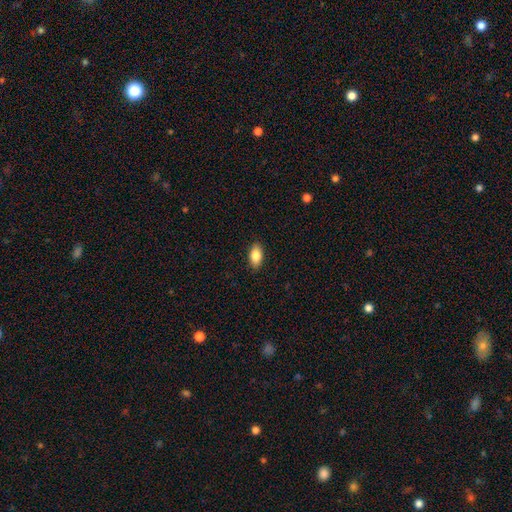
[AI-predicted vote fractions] smooth 85%, featured or disk 8%, star or artifact 7%. Down the decision tree: how rounded — in between (91%); merging — none (89%).